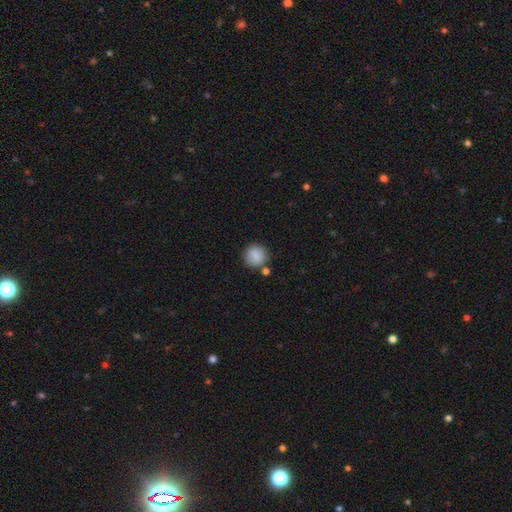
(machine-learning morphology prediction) smooth-or-featured: smooth: 86% | star or artifact: 8% | featured or disk: 6%
  how-rounded: round: 90% | in between: 9% | cigar-shaped: 1%
  merging: none: 78% | minor disturbance: 11% | merger: 8% | major disturbance: 3%